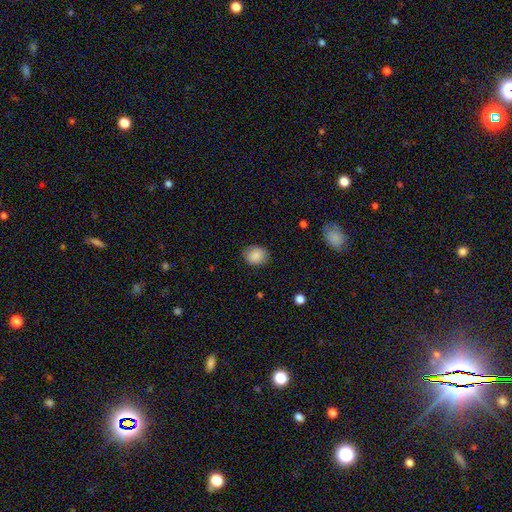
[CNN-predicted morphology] Q: Smooth or featured?
A: smooth (87%); runner-up: star or artifact (8%)
Q: How rounded?
A: round (64%); runner-up: in between (35%)
Q: Merging?
A: none (86%); runner-up: minor disturbance (10%)